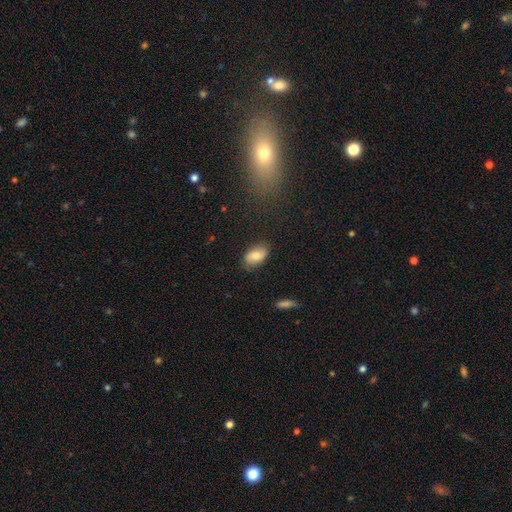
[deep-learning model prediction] This is likely a smooth galaxy (73%). How rounded: clearly in between (91%). Merging: likely none (80%).